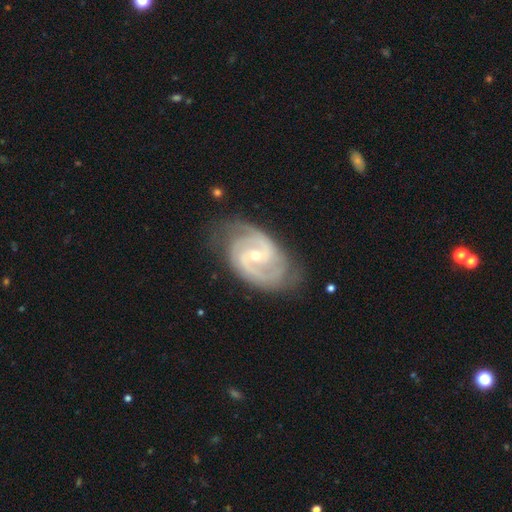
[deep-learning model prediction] The model was most divided on "spiral winding": tight: 47%, medium: 46%, loose: 7%. Remaining: spiral arms — yes (98%); edge-on disk — no (97%); smooth or featured — featured or disk (91%); spiral arm count — 2 (76%); merging — none (76%); bulge size — small (60%); bar — weak (46%).